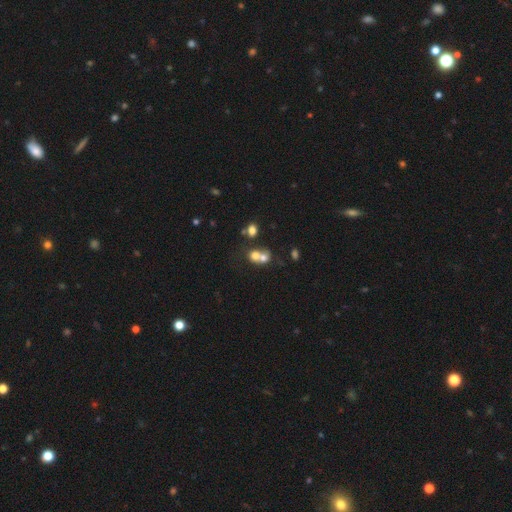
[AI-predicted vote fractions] Smooth or featured: smooth — 68% (featured or disk — 18%)
How rounded: round — 70% (in between — 29%)
Merging: merger — 62% (none — 28%)